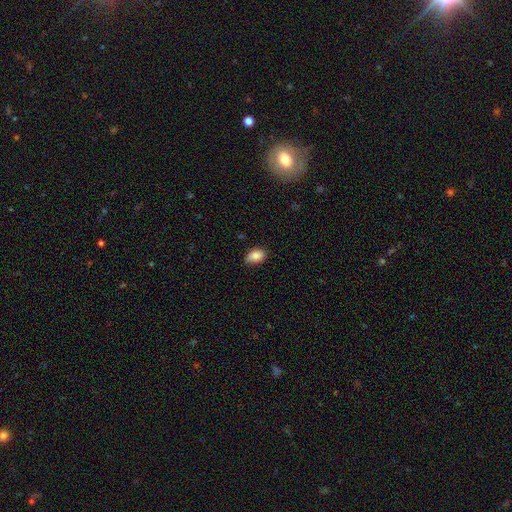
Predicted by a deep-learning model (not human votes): Smooth or featured?
  - smooth: 86% *
  - star or artifact: 8%
  - featured or disk: 7%
How rounded?
  - in between: 87% *
  - round: 12%
  - cigar-shaped: 1%
Merging?
  - none: 81% *
  - minor disturbance: 16%
  - major disturbance: 2%
  - merger: 1%